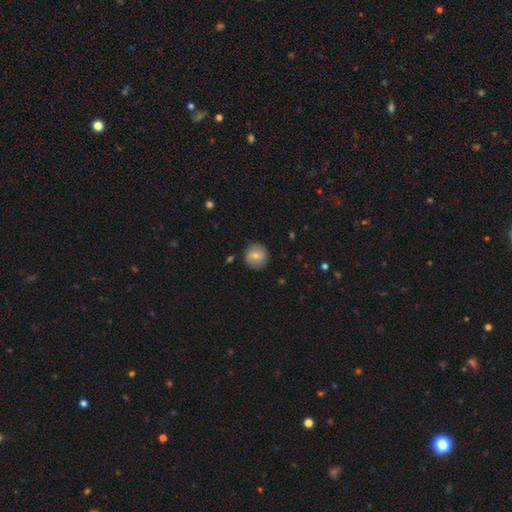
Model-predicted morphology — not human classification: Overall: smooth (74%). How rounded: round (92%). Merging: none (88%).